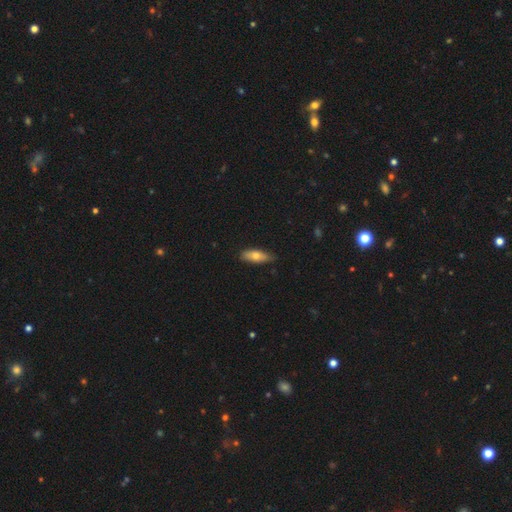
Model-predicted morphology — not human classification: Smooth or featured? Predicted: smooth (p=0.70). How rounded? Predicted: in between (p=0.65). Merging? Predicted: none (p=0.78).